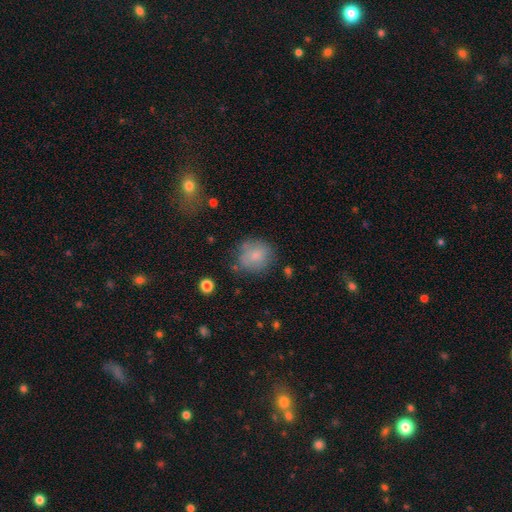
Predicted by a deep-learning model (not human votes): This is likely a smooth galaxy (77%). How rounded: likely round (75%). Merging: likely none (65%).